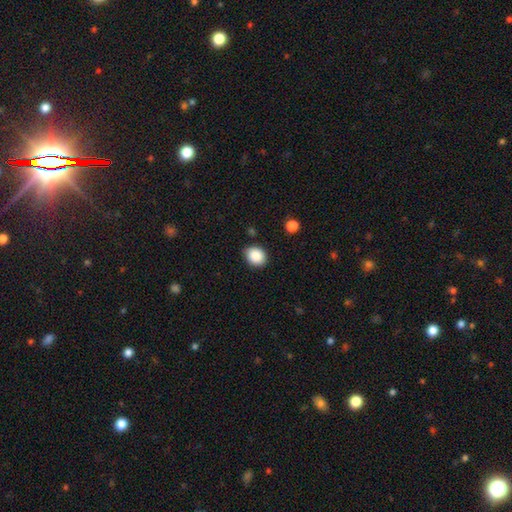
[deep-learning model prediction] This is clearly a smooth galaxy (88%). How rounded: possibly round (54%). Merging: clearly none (82%).